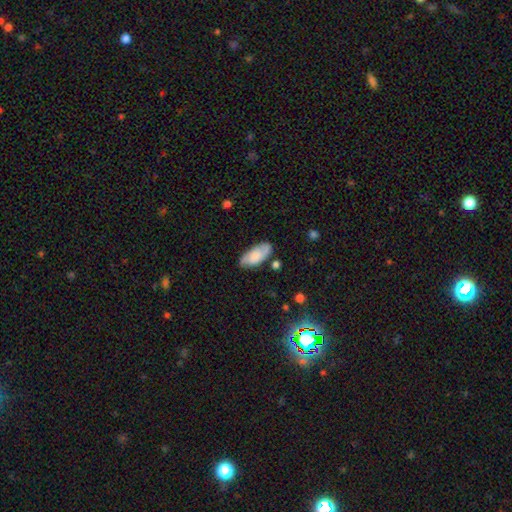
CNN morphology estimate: Q: Smooth or featured?
A: smooth (65%); runner-up: featured or disk (28%)
Q: How rounded?
A: in between (90%); runner-up: cigar-shaped (8%)
Q: Merging?
A: none (74%); runner-up: minor disturbance (19%)